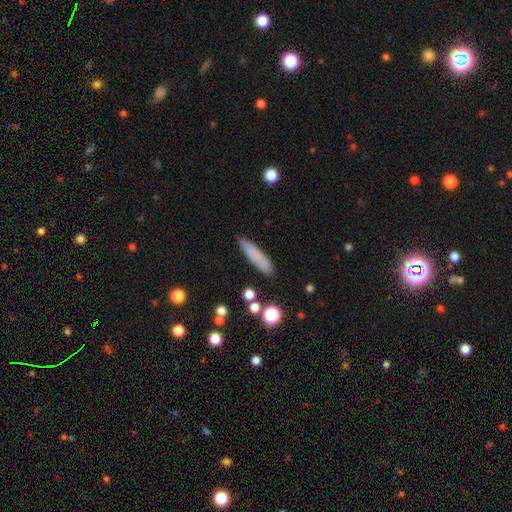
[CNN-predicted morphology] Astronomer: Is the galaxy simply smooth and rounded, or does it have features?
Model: smooth — 77%.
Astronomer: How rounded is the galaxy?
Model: cigar-shaped — 79%.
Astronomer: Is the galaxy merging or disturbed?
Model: none — 84%.